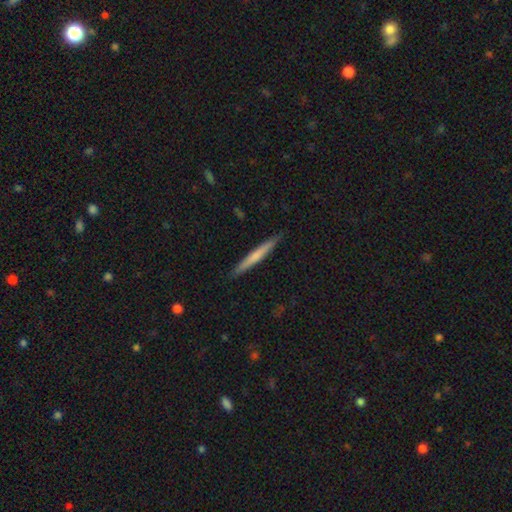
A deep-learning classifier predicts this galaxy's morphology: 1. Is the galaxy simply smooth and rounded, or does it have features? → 59% smooth, 35% featured or disk, 5% star or artifact.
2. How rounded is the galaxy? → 96% cigar-shaped, 2% in between, 1% round.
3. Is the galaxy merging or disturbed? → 90% none, 8% minor disturbance, 1% major disturbance, 1% merger.